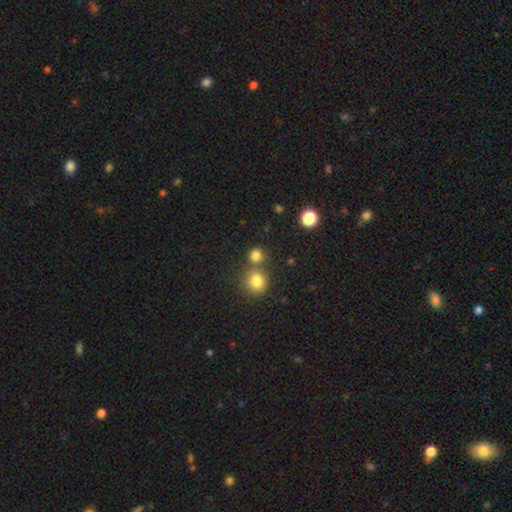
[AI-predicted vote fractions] Q: Smooth or featured?
A: smooth (78%); runner-up: star or artifact (16%)
Q: How rounded?
A: round (87%); runner-up: in between (12%)
Q: Merging?
A: none (65%); runner-up: merger (25%)